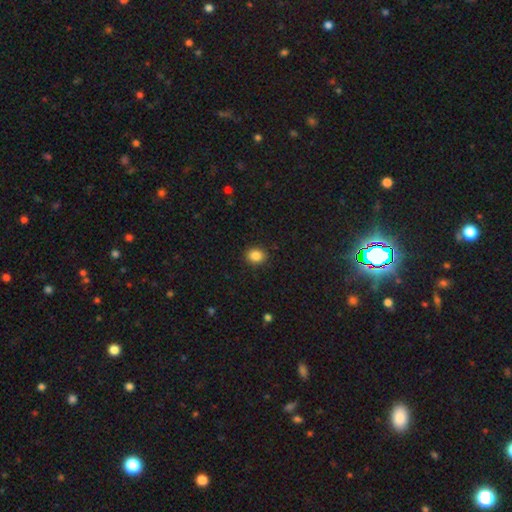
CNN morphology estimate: Q: Smooth or featured?
A: smooth (86%); runner-up: star or artifact (10%)
Q: How rounded?
A: round (66%); runner-up: in between (33%)
Q: Merging?
A: none (91%); runner-up: minor disturbance (6%)